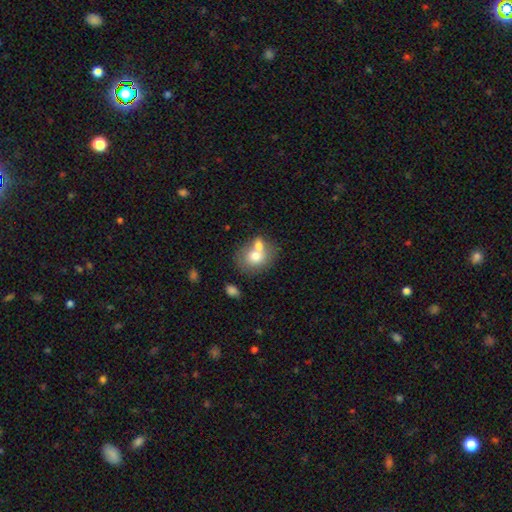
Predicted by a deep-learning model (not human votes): smooth-or-featured: smooth: 69% | featured or disk: 22% | star or artifact: 9%
  how-rounded: round: 57% | in between: 43% | cigar-shaped: 1%
  merging: merger: 48% | none: 36% | minor disturbance: 11% | major disturbance: 4%